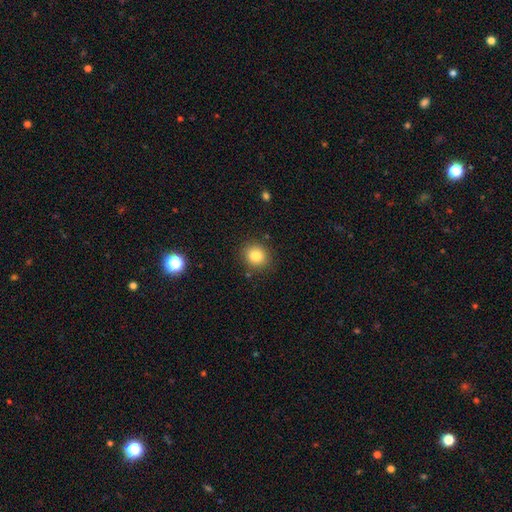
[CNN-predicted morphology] A smooth galaxy with no disk features (82%) that is round (84%). Merging: none (87%).